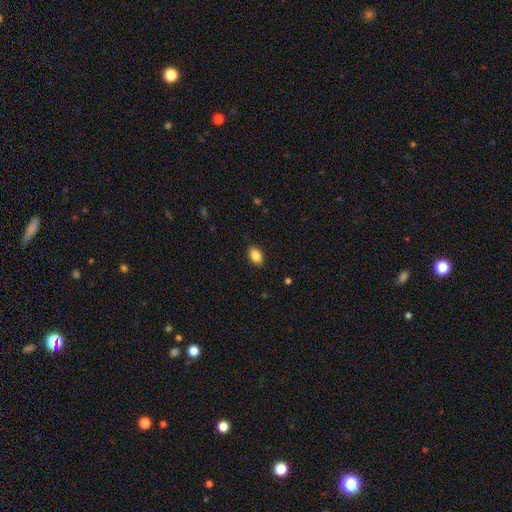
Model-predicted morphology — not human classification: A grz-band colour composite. It shows a smooth galaxy with no disk features (87%) that is in between round and cigar-shaped (84%). Merging: none (89%).